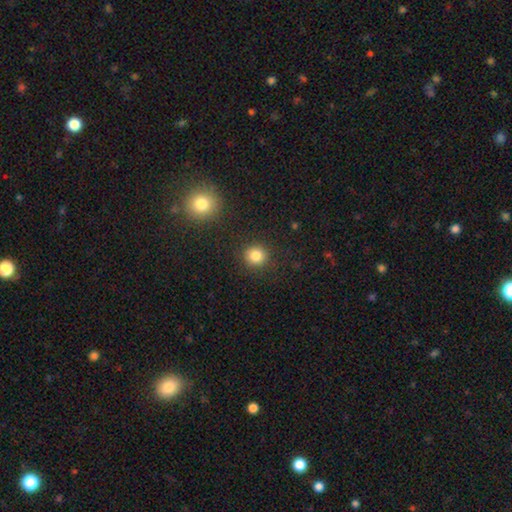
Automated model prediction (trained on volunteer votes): Smooth or featured? Predicted: smooth (p=0.83). How rounded? Predicted: round (p=0.91). Merging? Predicted: none (p=0.89).